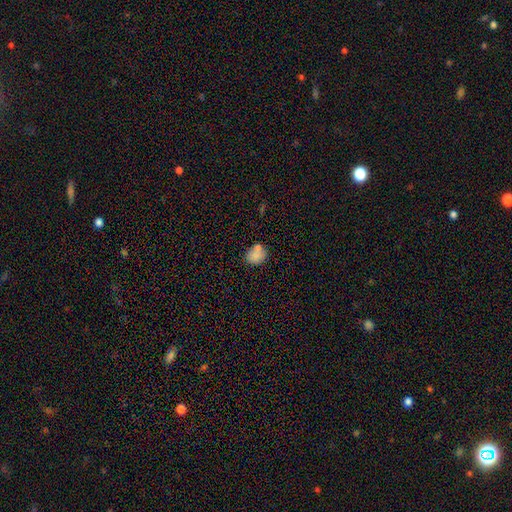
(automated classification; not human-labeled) Overall: smooth (80%). How rounded: round (60%; in between 39%). Merging: none (62%).